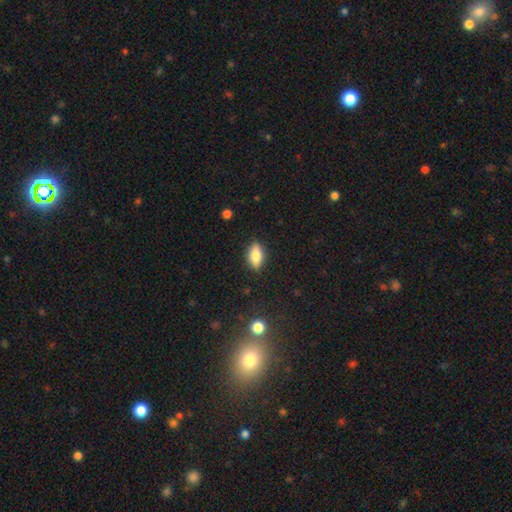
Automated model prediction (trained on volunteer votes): A smooth galaxy with no disk features (72%) that is in between round and cigar-shaped (84%).

Vote fractions:
- Smooth or featured? smooth: 72% / featured or disk: 20% / star or artifact: 8%
- How rounded? in between: 84% / cigar-shaped: 11% / round: 5%
- Merging? none: 86% / minor disturbance: 11% / major disturbance: 2% / merger: 1%